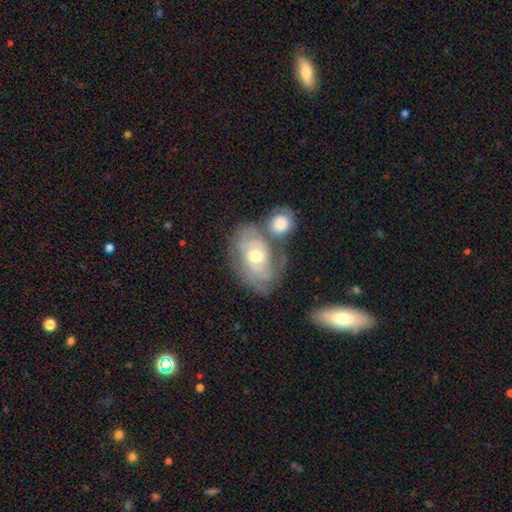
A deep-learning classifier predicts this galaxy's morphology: Smooth or featured? featured or disk (74%)
Edge-on disk? no (95%)
Bar? no (65%)
Spiral arms? yes (88%)
Spiral winding? tight (62%)
Spiral arm count? can't tell (46%)
Bulge size? moderate (70%)
Merging? none (51%)